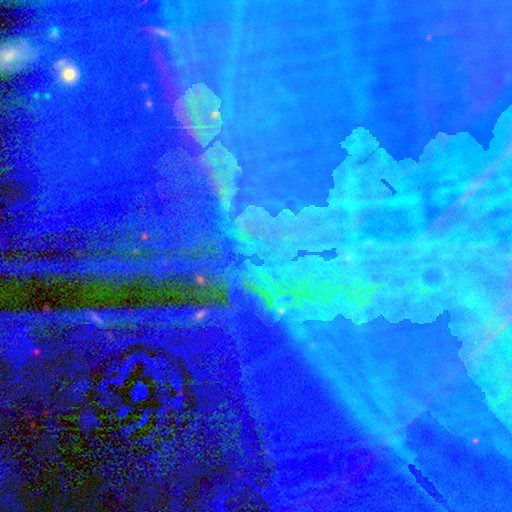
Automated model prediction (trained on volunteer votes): A star or artifact, not a galaxy (85%).